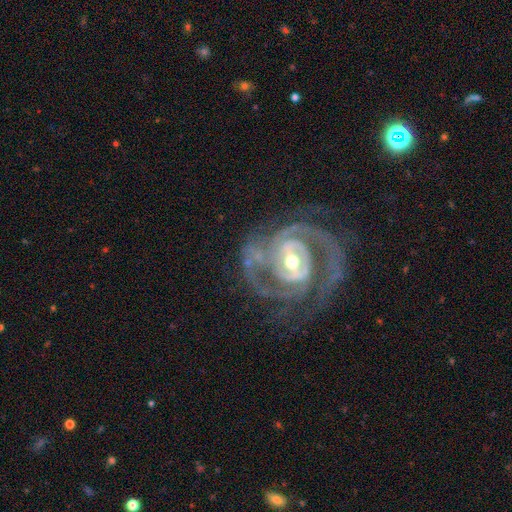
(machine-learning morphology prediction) The model was most divided on "bar": strong: 41%, weak: 39%, no: 20%. More confident: edge-on disk — no (98%); spiral arms — yes (97%); smooth or featured — featured or disk (92%); bulge size — moderate (63%); merging — none (61%); spiral arm count — 2 (52%); spiral winding — tight (51%).